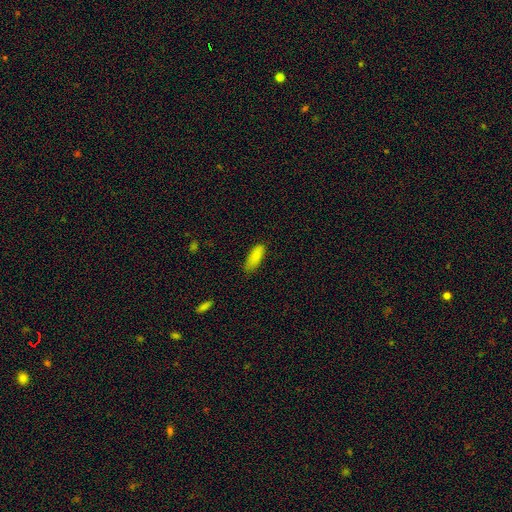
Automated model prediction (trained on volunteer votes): Morphology: type=smooth (86%); roundness=in between (71%); merging=none (77%).